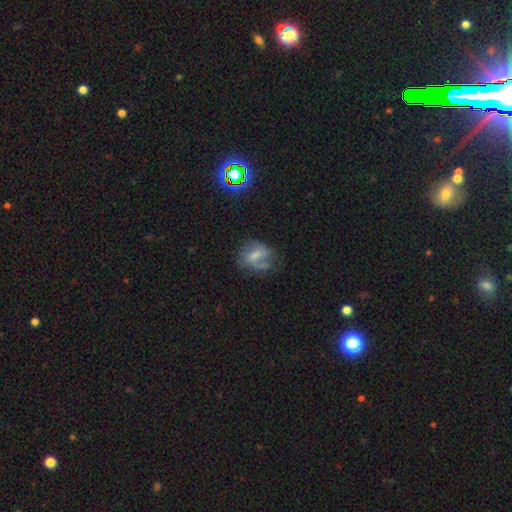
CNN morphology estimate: Smooth or featured: featured or disk — 47% (smooth — 42%)
Merging: none — 42% (minor disturbance — 27%)